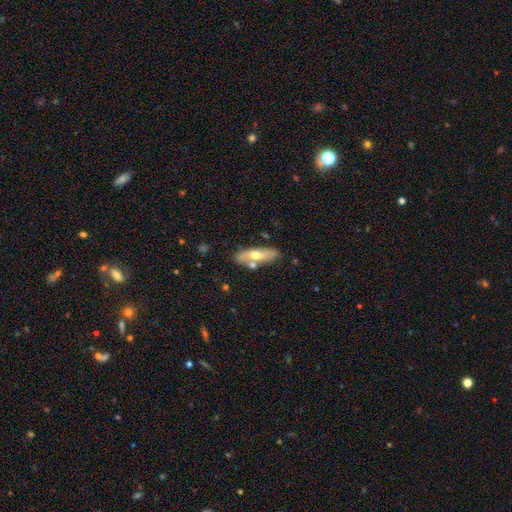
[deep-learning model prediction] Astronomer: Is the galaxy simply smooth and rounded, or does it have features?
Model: smooth — 48% (runner-up: featured or disk, 46%).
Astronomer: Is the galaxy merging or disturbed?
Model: none — 70%.